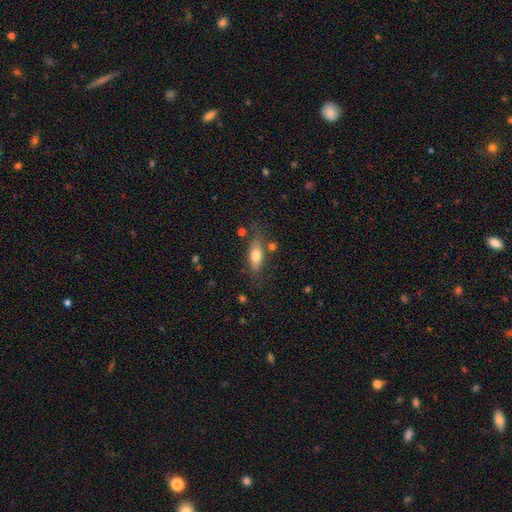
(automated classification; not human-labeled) A smooth galaxy with no disk features (71%) that is in between round and cigar-shaped (74%).

Vote fractions:
- Smooth or featured? smooth: 71% / featured or disk: 22% / star or artifact: 7%
- How rounded? in between: 74% / cigar-shaped: 22% / round: 4%
- Merging? none: 70% / minor disturbance: 18% / merger: 6% / major disturbance: 6%